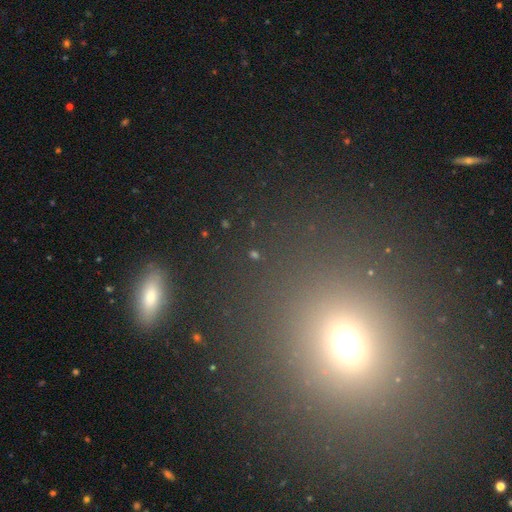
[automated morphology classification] Smooth or featured: smooth — 48% (star or artifact — 40%)
Merging: none — 81% (minor disturbance — 9%)